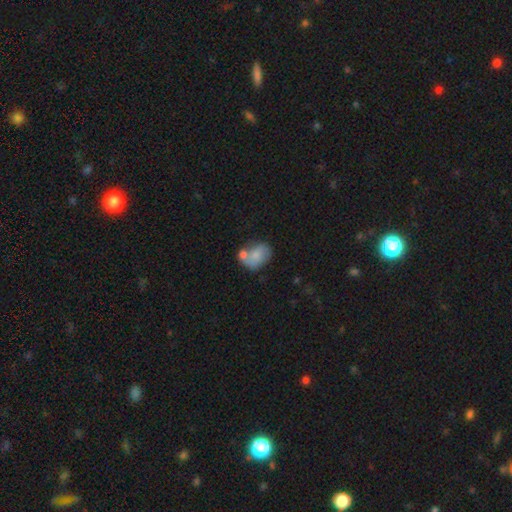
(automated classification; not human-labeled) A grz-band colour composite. It shows a smooth galaxy with no disk features (66%) that is in between round and cigar-shaped (68%). Merging: merger (37%).